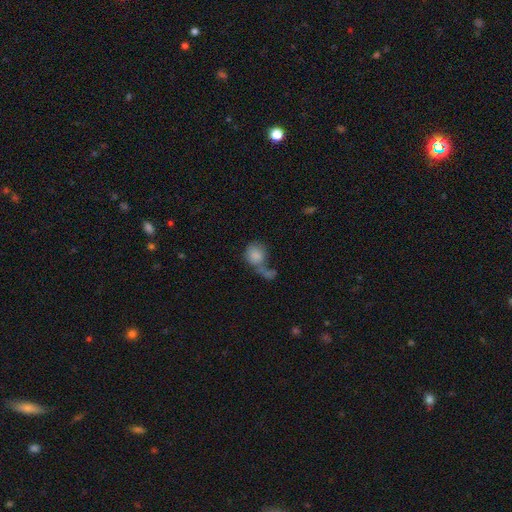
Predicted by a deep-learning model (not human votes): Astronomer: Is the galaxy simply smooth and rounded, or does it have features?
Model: smooth — 81%.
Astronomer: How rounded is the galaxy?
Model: round — 65%.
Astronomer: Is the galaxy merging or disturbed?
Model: merger — 44% (runner-up: none, 29%).